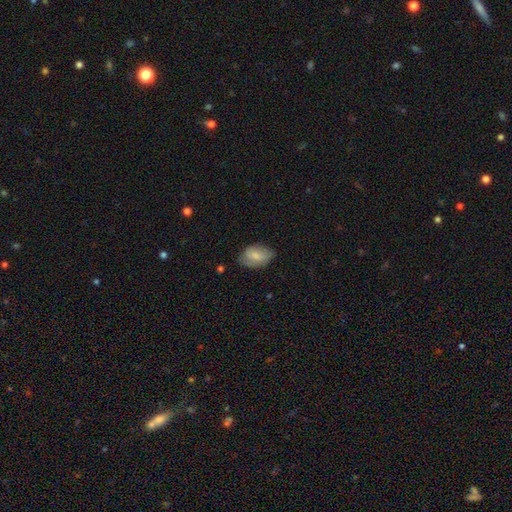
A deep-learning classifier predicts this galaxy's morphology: Smooth or featured? Predicted: smooth (p=0.75). How rounded? Predicted: in between (p=0.89). Merging? Predicted: none (p=0.65).